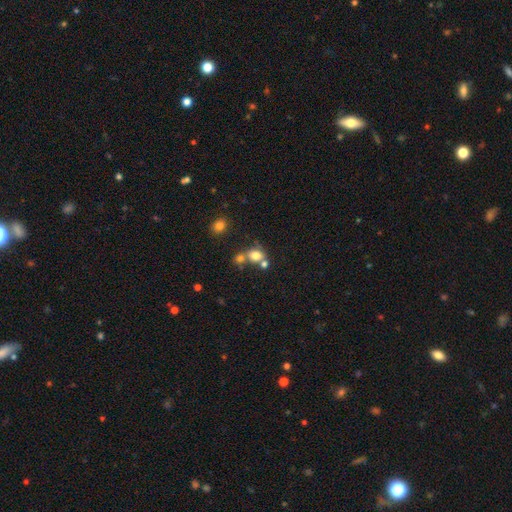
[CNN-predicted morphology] Smooth or featured? Predicted: smooth (p=0.74). How rounded? Predicted: round (p=0.64). Merging? Predicted: merger (p=0.42, tied with none).